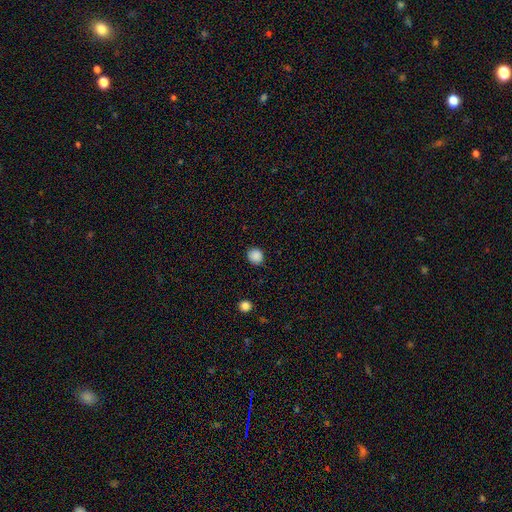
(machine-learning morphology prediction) A smooth galaxy with no disk features (87%) that is round (89%).

Vote fractions:
- Smooth or featured? smooth: 87% / star or artifact: 10% / featured or disk: 3%
- How rounded? round: 89% / in between: 10% / cigar-shaped: 1%
- Merging? none: 88% / minor disturbance: 8% / major disturbance: 2% / merger: 1%